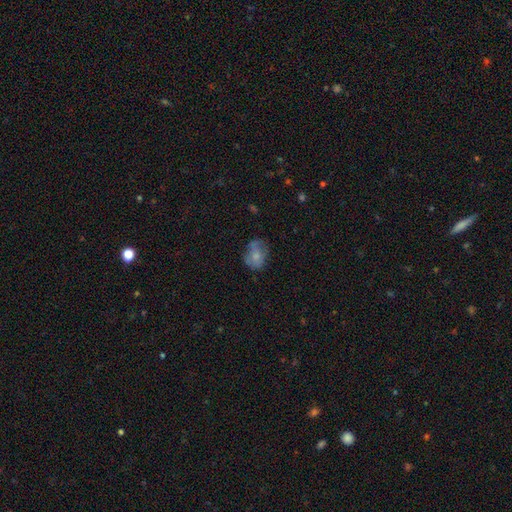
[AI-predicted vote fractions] This appears to be a smooth galaxy with no disk features (66%) that is in between round and cigar-shaped (62%). Merging: none (51%).